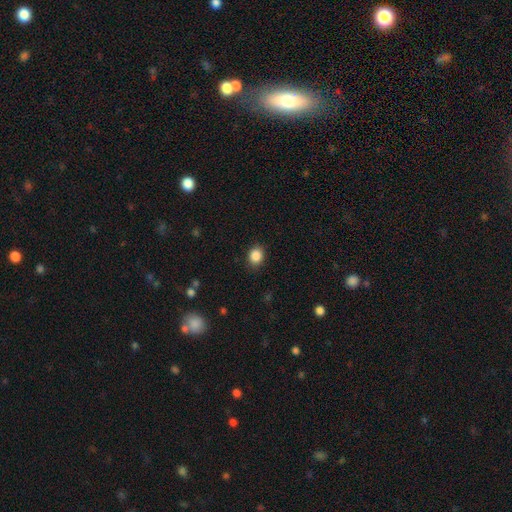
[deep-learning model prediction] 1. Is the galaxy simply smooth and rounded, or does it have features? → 87% smooth, 10% star or artifact, 3% featured or disk.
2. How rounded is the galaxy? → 62% round, 37% in between, 1% cigar-shaped.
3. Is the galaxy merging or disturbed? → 87% none, 9% minor disturbance, 2% major disturbance, 1% merger.